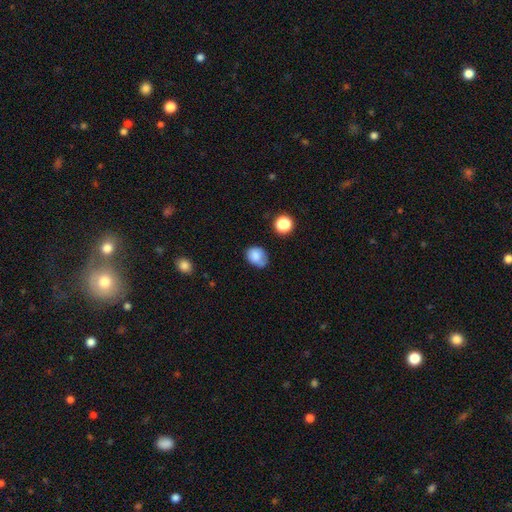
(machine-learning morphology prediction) Smooth or featured? smooth (81%)
How rounded? in between (55%)
Merging? none (53%)